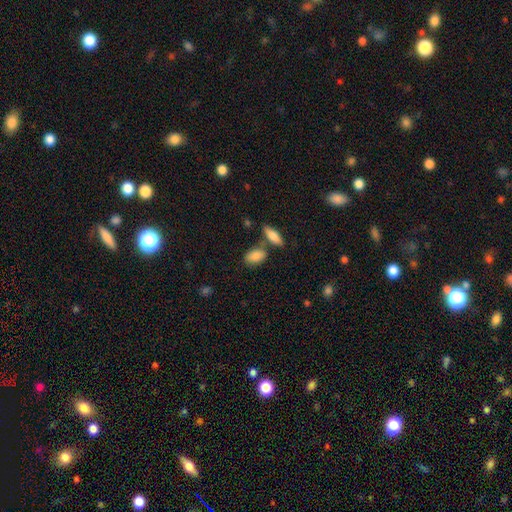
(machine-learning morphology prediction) type=smooth (85%); roundness=in between (88%); merging=none (60%).